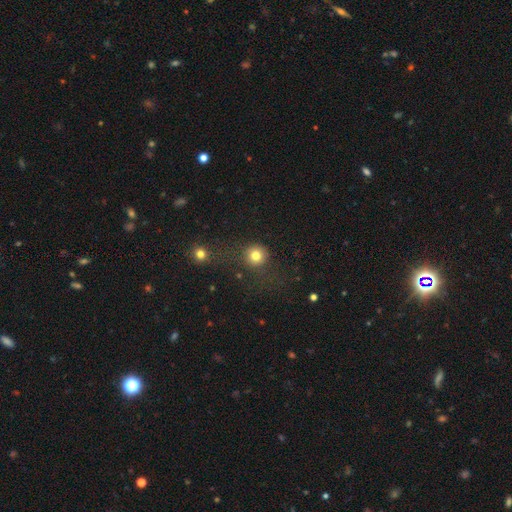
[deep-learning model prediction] Q: Smooth or featured?
A: smooth (80%); runner-up: star or artifact (14%)
Q: How rounded?
A: round (94%); runner-up: in between (6%)
Q: Merging?
A: none (75%); runner-up: minor disturbance (10%)